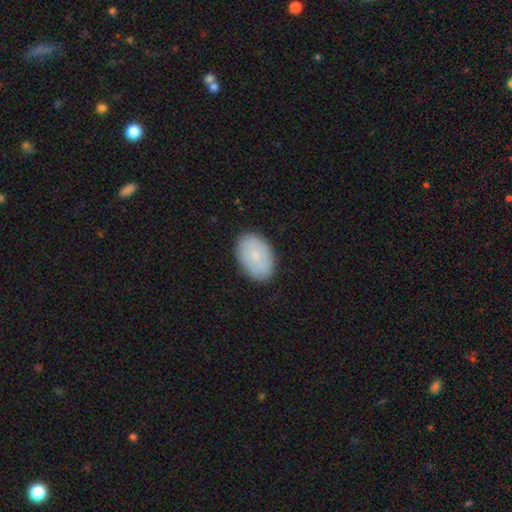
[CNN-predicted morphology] smooth-or-featured: smooth: 76% | featured or disk: 18% | star or artifact: 6%
  how-rounded: in between: 89% | round: 10% | cigar-shaped: 1%
  merging: none: 86% | minor disturbance: 10% | major disturbance: 2% | merger: 1%